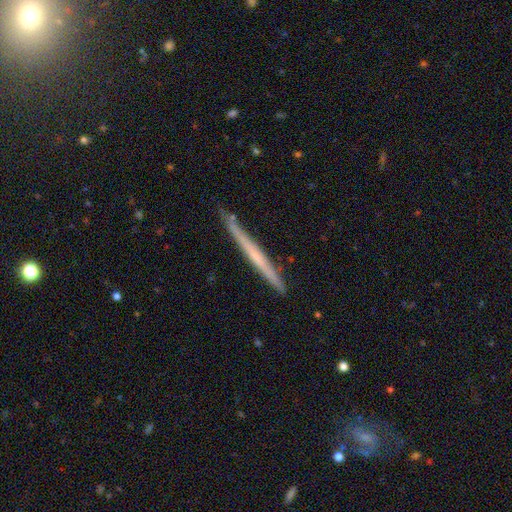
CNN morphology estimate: Smooth or featured? Predicted: featured or disk (p=0.60). Edge-on disk? Predicted: yes (p=0.98). Edge-on bulge? Predicted: none (p=0.73). Merging? Predicted: none (p=0.85).